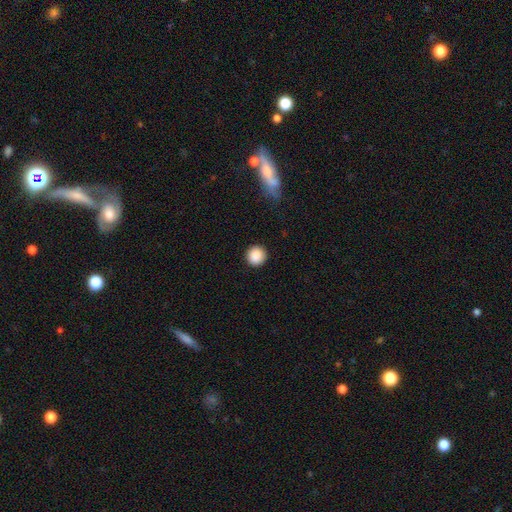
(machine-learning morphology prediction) This appears to be a smooth galaxy with no disk features (89%) that is round (94%). Merging: none (91%).